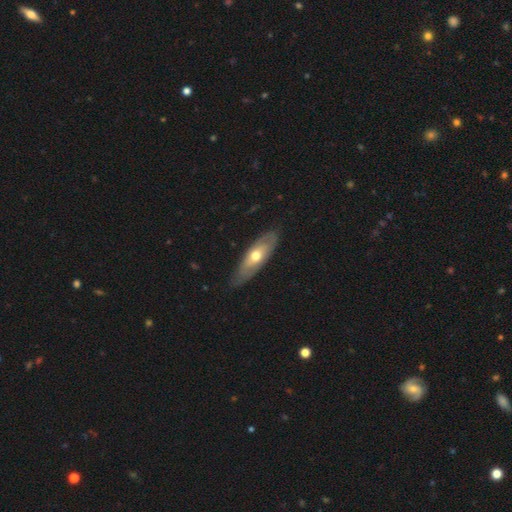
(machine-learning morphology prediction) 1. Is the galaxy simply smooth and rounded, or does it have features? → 51% featured or disk, 44% smooth, 5% star or artifact.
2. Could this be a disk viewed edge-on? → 63% no, 37% yes.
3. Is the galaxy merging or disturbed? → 75% none, 20% minor disturbance, 4% major disturbance, 1% merger.